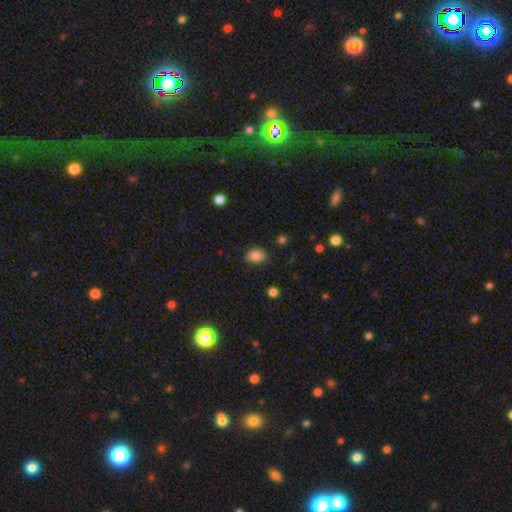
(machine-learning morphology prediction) This appears to be a smooth galaxy with no disk features (85%) that is in between round and cigar-shaped (64%). Merging: none (71%).